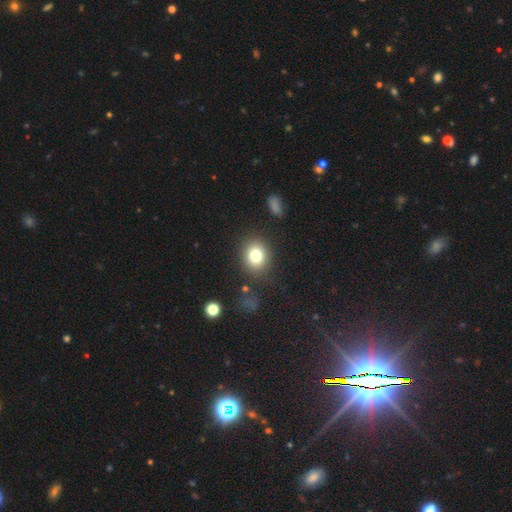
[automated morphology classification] Smooth or featured: smooth — 79% (star or artifact — 12%)
How rounded: round — 67% (in between — 32%)
Merging: none — 84% (minor disturbance — 10%)